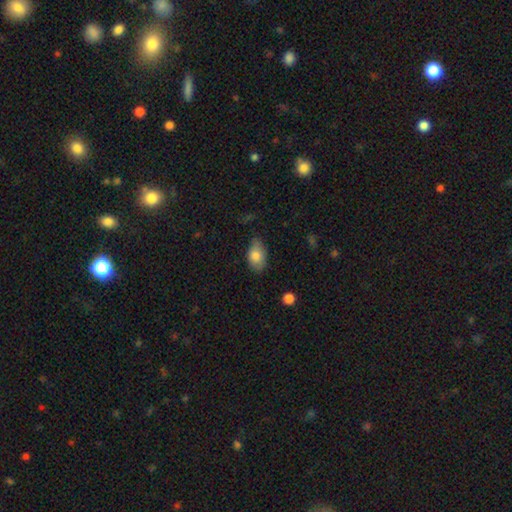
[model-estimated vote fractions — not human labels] Overall: smooth (81%). How rounded: in between (90%). Merging: none (68%).